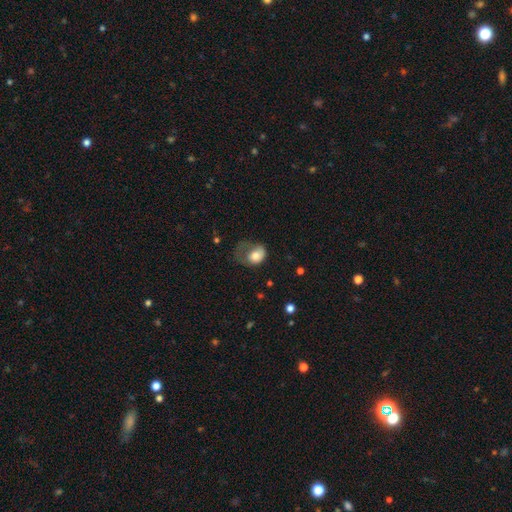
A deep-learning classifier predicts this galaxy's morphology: Overall: smooth (71%). How rounded: in between (61%; round 38%). Merging: major disturbance (57%; minor disturbance 24%).